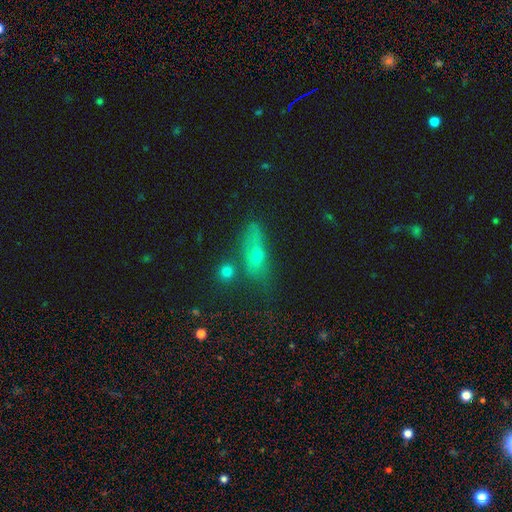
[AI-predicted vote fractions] A smooth galaxy with no disk features (54%) that is in between round and cigar-shaped (53%). Merging: none (51%).